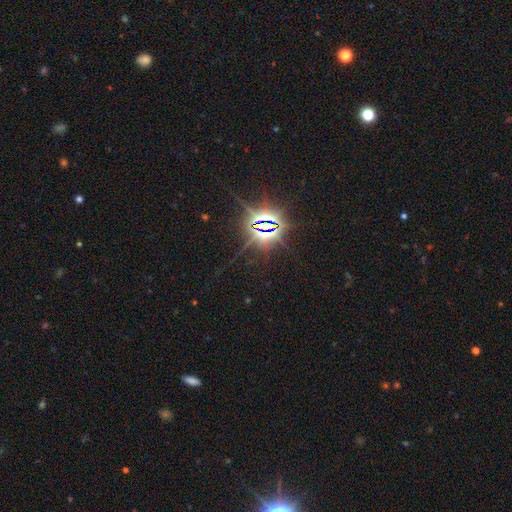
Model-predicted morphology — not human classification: Q: Smooth or featured?
A: star or artifact (83%); runner-up: smooth (11%)